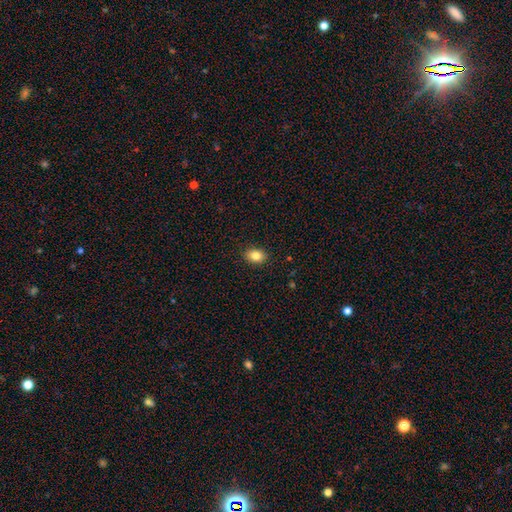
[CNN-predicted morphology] The model was most divided on "how rounded": in between: 70%, round: 28%, cigar-shaped: 1%. More confident: merging — none (90%); smooth or featured — smooth (84%).